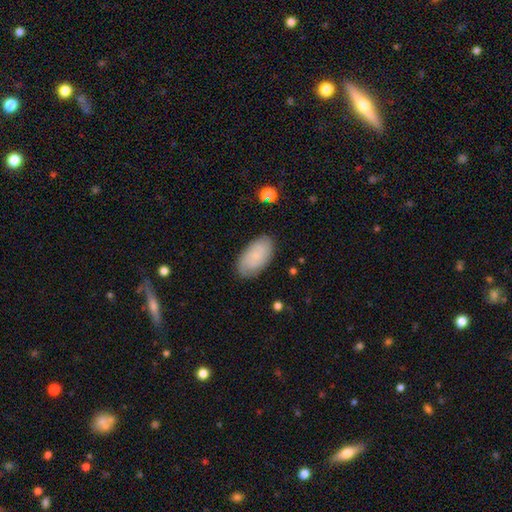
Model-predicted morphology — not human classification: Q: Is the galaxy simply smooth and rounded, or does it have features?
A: smooth — 54%.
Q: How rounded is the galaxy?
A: in between — 94%.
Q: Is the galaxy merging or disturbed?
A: none — 81%.